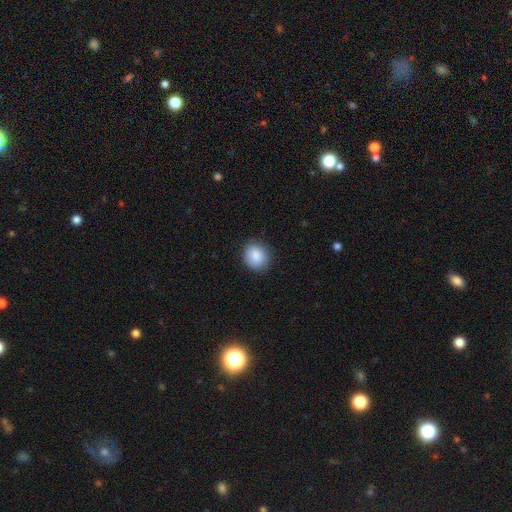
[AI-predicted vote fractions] Overall: smooth (87%). How rounded: round (73%). Merging: none (85%).